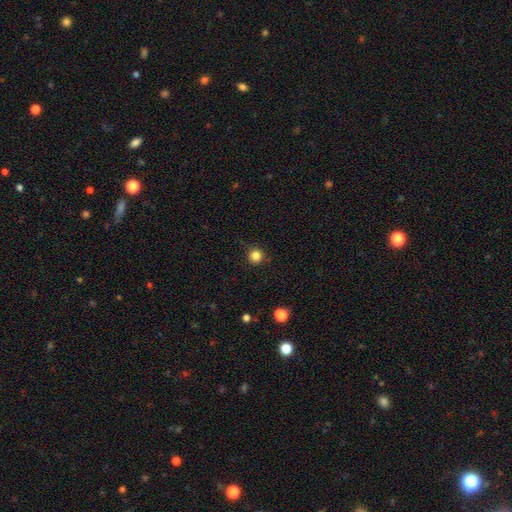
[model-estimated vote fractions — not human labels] smooth_or_featured: smooth (p=0.83) [alt: star or artifact p=0.12]
how_rounded: round (p=0.95) [alt: in between p=0.05]
merging: none (p=0.89) [alt: minor disturbance p=0.08]